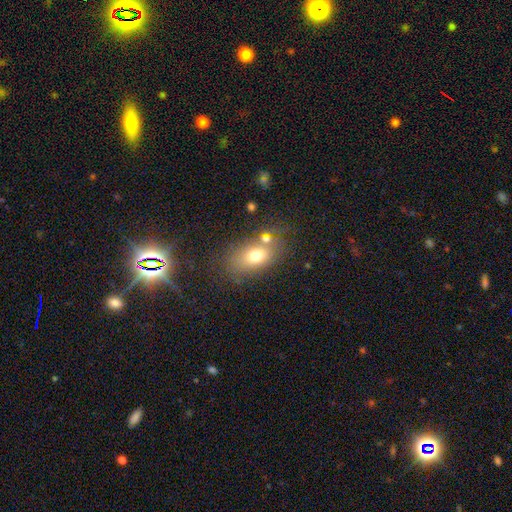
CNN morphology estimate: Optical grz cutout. It shows a smooth galaxy with no disk features (70%) that is in between round and cigar-shaped (81%). Merging: none (63%).